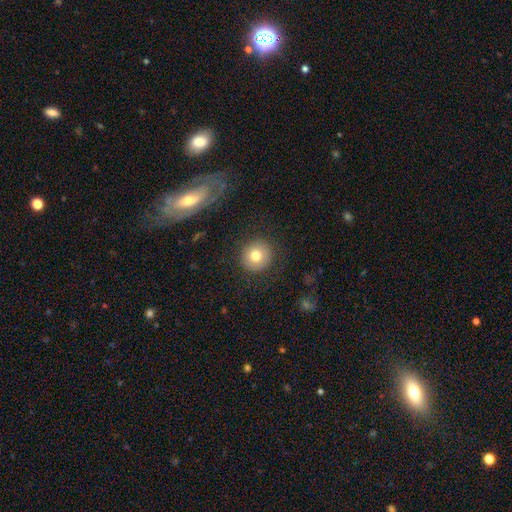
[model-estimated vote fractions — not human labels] smooth-or-featured: smooth: 77% | featured or disk: 13% | star or artifact: 10%
  how-rounded: round: 94% | in between: 5% | cigar-shaped: 1%
  merging: none: 88% | minor disturbance: 7% | major disturbance: 3% | merger: 1%